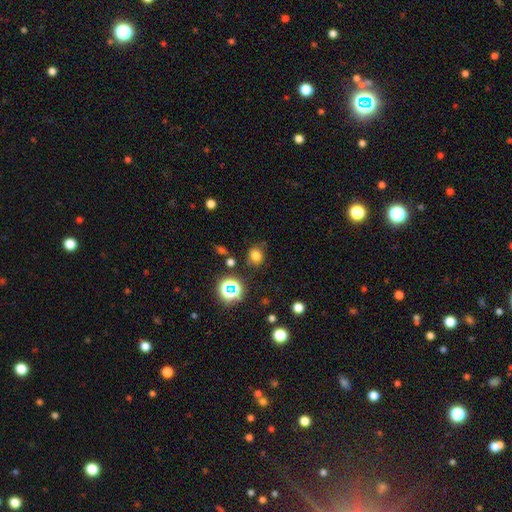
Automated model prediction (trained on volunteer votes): Smooth or featured: smooth — 71% (star or artifact — 22%)
How rounded: round — 76% (in between — 23%)
Merging: none — 76% (minor disturbance — 15%)